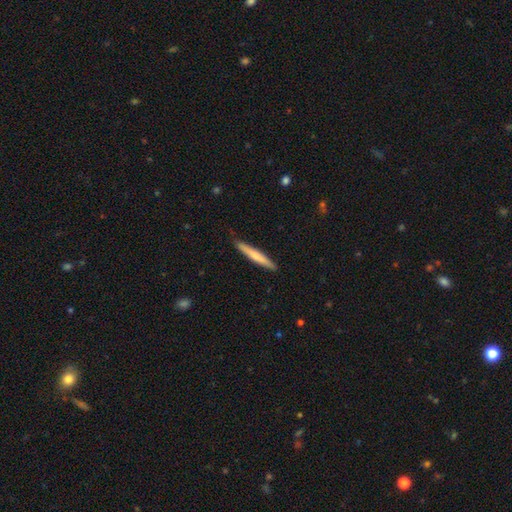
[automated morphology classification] smooth 64%, featured or disk 31%, star or artifact 5%. Down the decision tree: how rounded — cigar-shaped (95%); merging — none (89%).